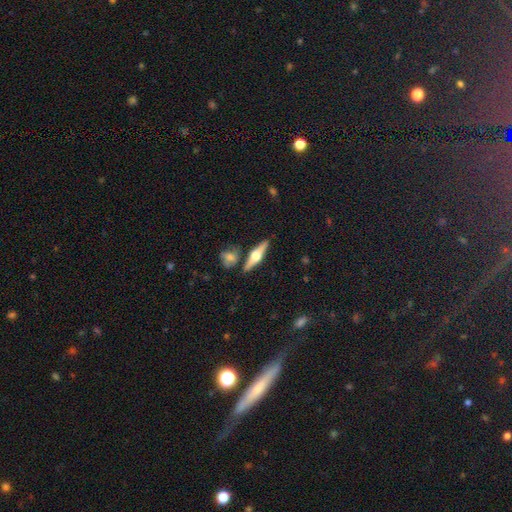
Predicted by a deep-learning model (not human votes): A featured or disk galaxy (69%) viewed edge-on (96%) with a rounded central bulge (95%). Merging: none (81%).